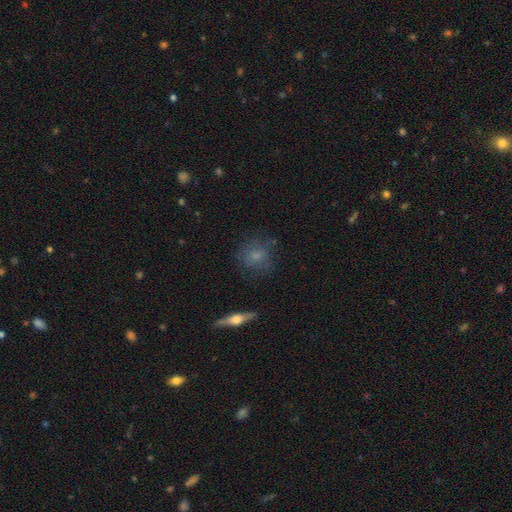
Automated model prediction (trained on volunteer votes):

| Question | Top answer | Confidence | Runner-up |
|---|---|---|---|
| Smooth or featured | smooth | 62% | featured or disk (26%) |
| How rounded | round | 76% | in between (21%) |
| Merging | none | 73% | minor disturbance (17%) |